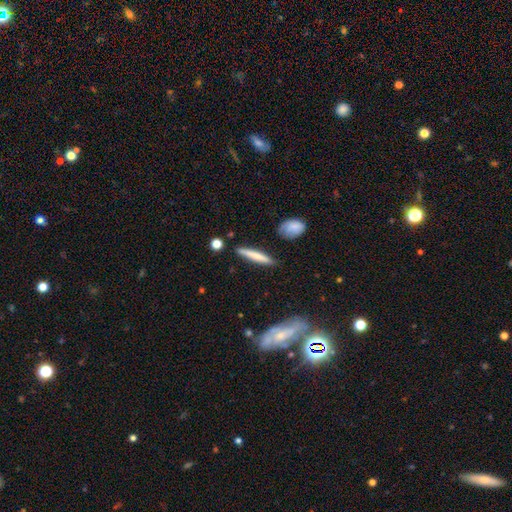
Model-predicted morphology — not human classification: This appears to be a smooth galaxy with no disk features (69%) that is cigar-shaped (92%). Merging: none (86%).